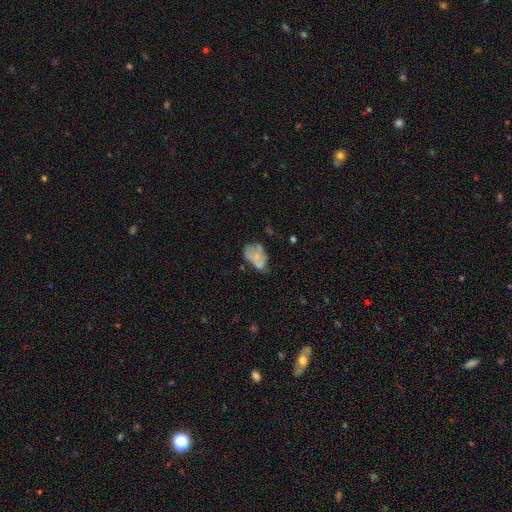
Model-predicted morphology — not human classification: This is possibly a smooth galaxy (50%). Merging: marginally none (33%).